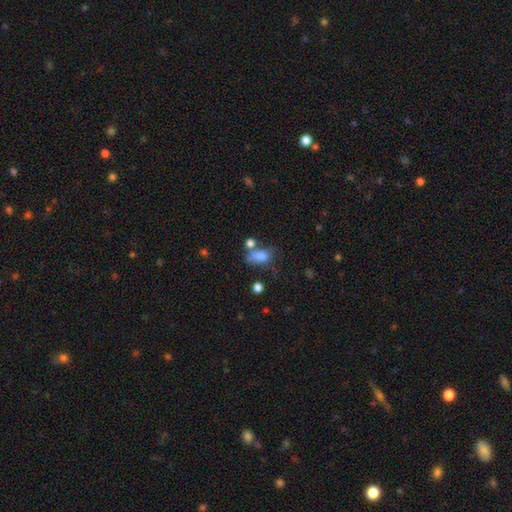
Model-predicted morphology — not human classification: A smooth galaxy with no disk features (71%) that is in between round and cigar-shaped (80%).

Vote fractions:
- Smooth or featured? smooth: 71% / star or artifact: 15% / featured or disk: 14%
- How rounded? in between: 80% / round: 15% / cigar-shaped: 5%
- Merging? none: 37% / merger: 24% / minor disturbance: 22% / major disturbance: 17%